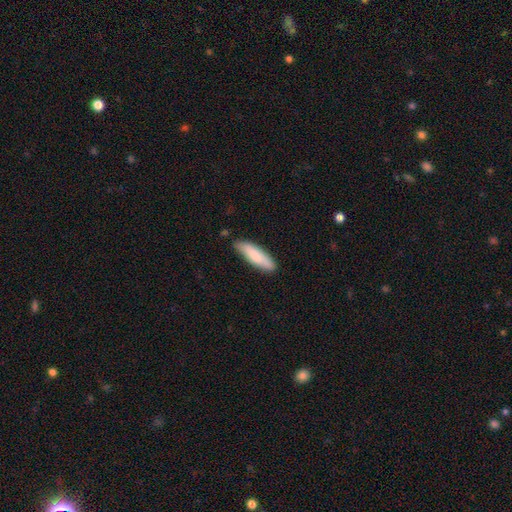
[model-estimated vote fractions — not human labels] A smooth galaxy with no disk features (81%) that is cigar-shaped (63%).

Vote fractions:
- Smooth or featured? smooth: 81% / featured or disk: 14% / star or artifact: 5%
- How rounded? cigar-shaped: 63% / in between: 36% / round: 1%
- Merging? none: 80% / minor disturbance: 16% / major disturbance: 2% / merger: 2%